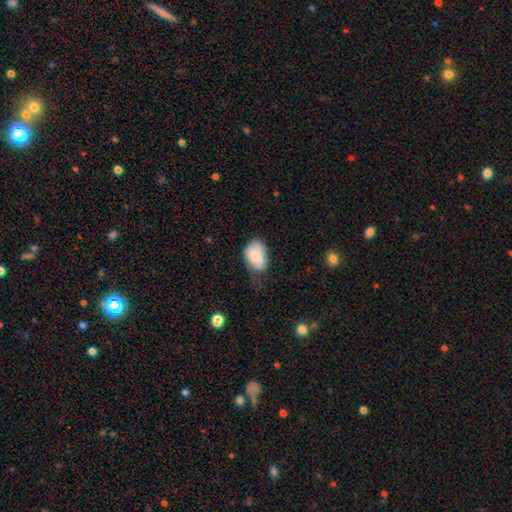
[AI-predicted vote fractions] Smooth or featured: smooth — 81% (featured or disk — 13%)
How rounded: in between — 88% (round — 10%)
Merging: minor disturbance — 43% (none — 34%)